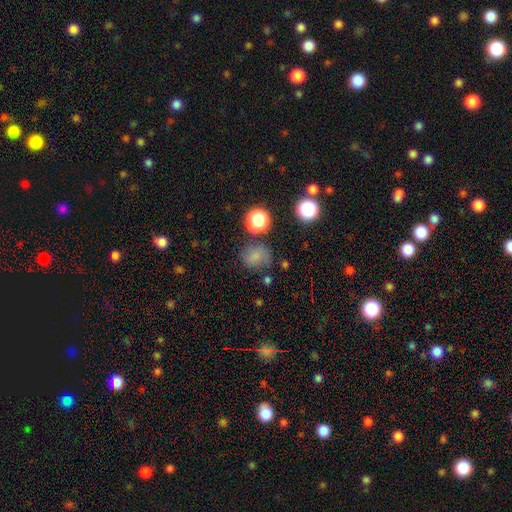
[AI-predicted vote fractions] This is likely a smooth galaxy (69%). How rounded: likely round (65%). Merging: likely none (63%).